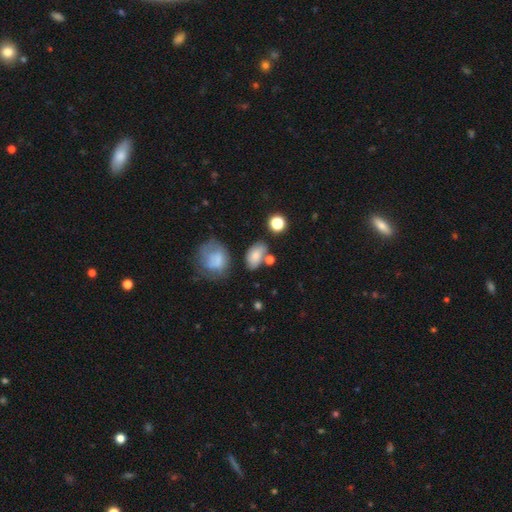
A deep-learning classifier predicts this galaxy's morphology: Smooth or featured: smooth — 74% (featured or disk — 15%)
How rounded: in between — 86% (round — 11%)
Merging: none — 61% (minor disturbance — 20%)